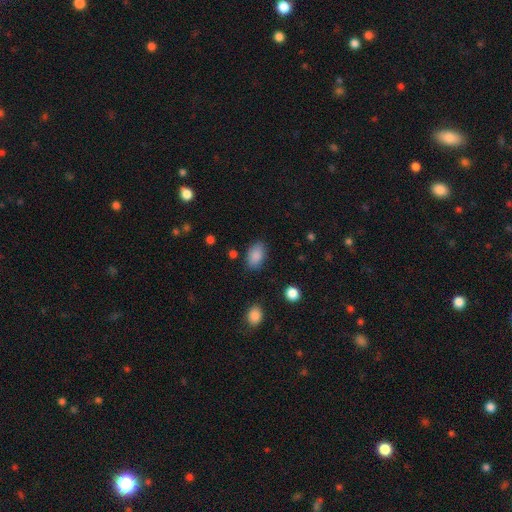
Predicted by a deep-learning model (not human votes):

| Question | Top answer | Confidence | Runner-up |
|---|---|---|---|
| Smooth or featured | smooth | 87% | star or artifact (8%) |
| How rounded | in between | 89% | round (9%) |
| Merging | none | 81% | minor disturbance (13%) |